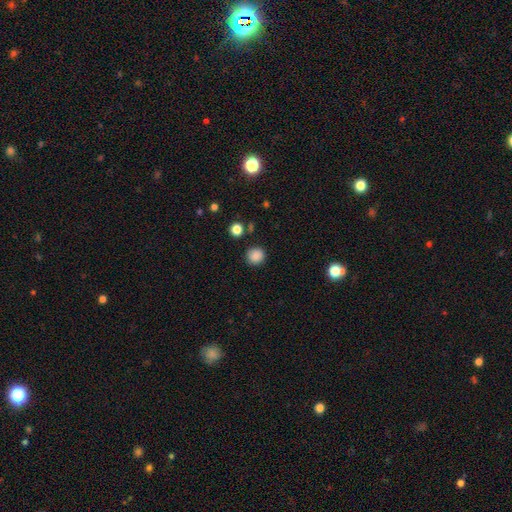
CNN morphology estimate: This is clearly a smooth galaxy (87%). How rounded: clearly round (91%). Merging: clearly none (88%).